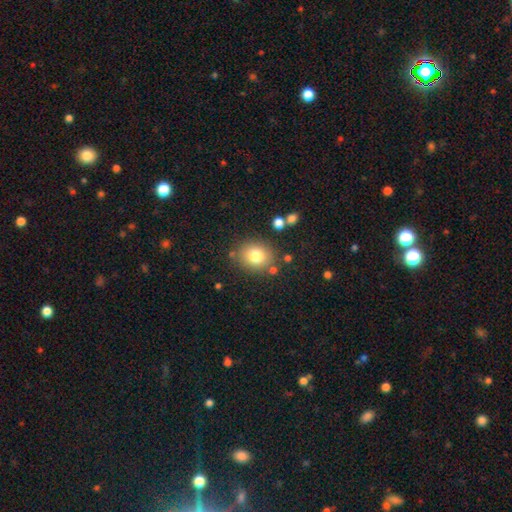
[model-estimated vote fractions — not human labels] smooth_or_featured: smooth (p=0.79) [alt: star or artifact p=0.11]
how_rounded: round (p=0.73) [alt: in between p=0.26]
merging: none (p=0.81) [alt: minor disturbance p=0.10]